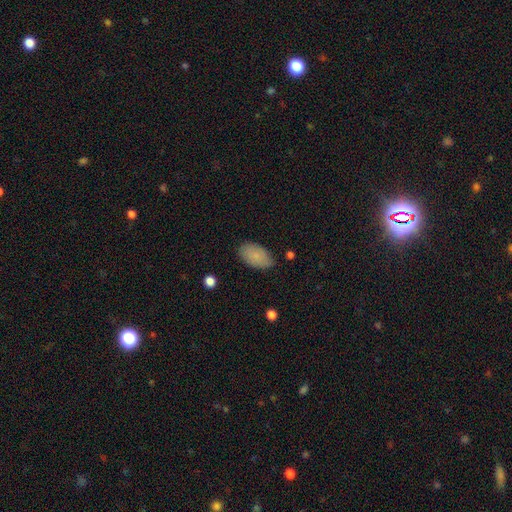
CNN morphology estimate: smooth 82%, featured or disk 11%, star or artifact 7%. Down the decision tree: how rounded — in between (93%); merging — none (76%).